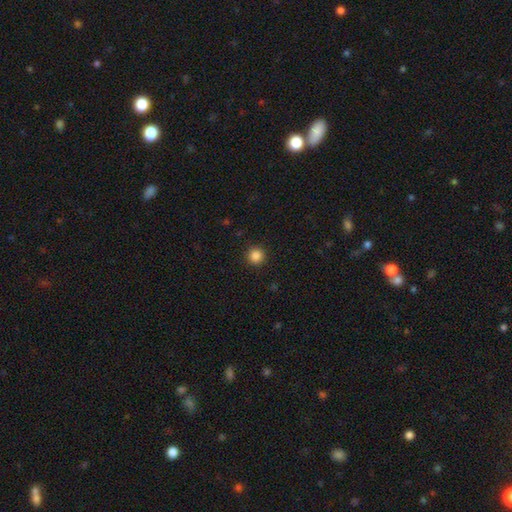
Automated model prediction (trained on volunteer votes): Smooth or featured?
  - smooth: 86% *
  - star or artifact: 11%
  - featured or disk: 3%
How rounded?
  - round: 95% *
  - in between: 4%
  - cigar-shaped: 1%
Merging?
  - none: 92% *
  - minor disturbance: 5%
  - major disturbance: 2%
  - merger: 1%